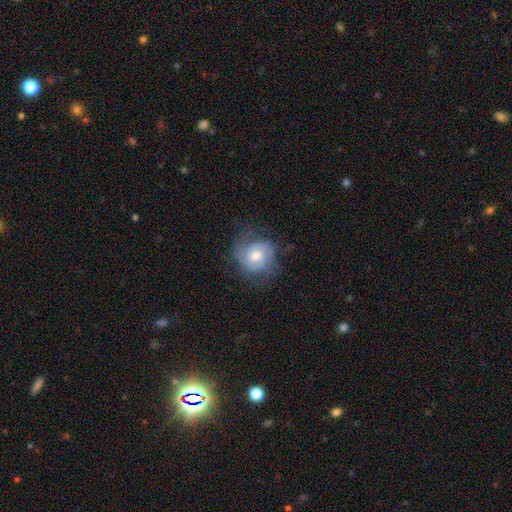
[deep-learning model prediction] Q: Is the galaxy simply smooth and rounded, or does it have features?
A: featured or disk — 69%.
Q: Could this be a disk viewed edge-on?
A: no — 97%.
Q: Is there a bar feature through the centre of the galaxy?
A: no — 59%.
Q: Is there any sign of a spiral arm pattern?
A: yes — 90%.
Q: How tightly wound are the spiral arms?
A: tight — 42%.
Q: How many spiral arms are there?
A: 2 — 39%.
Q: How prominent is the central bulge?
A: moderate — 63%.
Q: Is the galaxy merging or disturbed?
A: none — 62%.